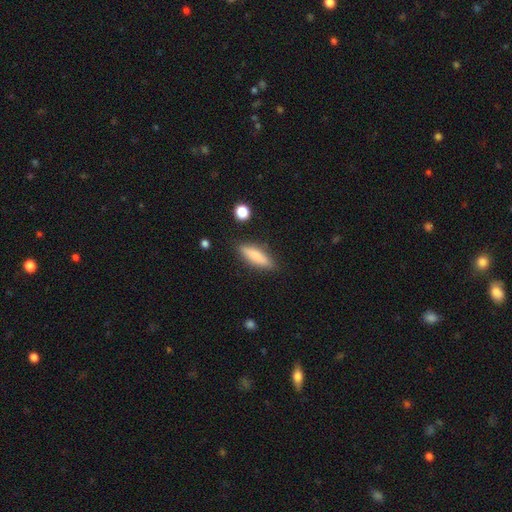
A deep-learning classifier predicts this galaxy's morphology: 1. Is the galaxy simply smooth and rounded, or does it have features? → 76% smooth, 17% featured or disk, 6% star or artifact.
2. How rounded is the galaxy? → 61% cigar-shaped, 36% in between, 2% round.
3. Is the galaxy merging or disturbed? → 84% none, 11% minor disturbance, 3% major disturbance, 2% merger.